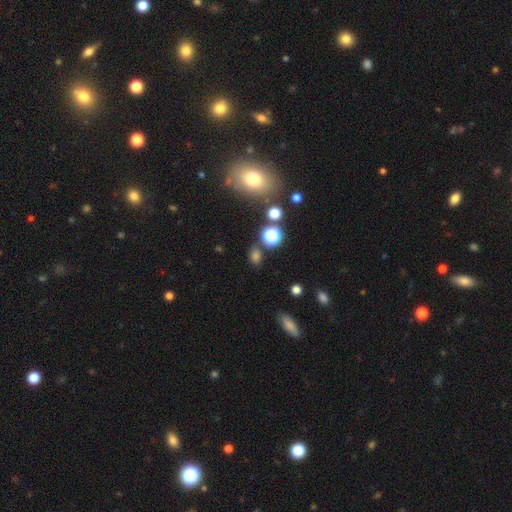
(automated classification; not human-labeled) Smooth or featured: smooth — 59% (star or artifact — 32%)
How rounded: round — 57% (in between — 40%)
Merging: none — 77% (minor disturbance — 11%)